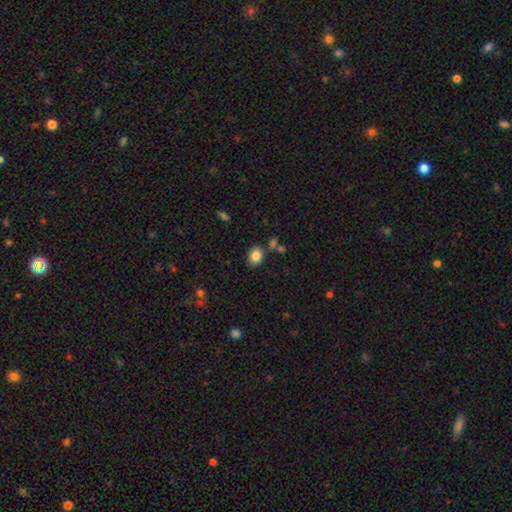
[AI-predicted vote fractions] smooth-or-featured: smooth: 85% | star or artifact: 9% | featured or disk: 6%
  how-rounded: in between: 58% | round: 41% | cigar-shaped: 1%
  merging: none: 77% | minor disturbance: 12% | merger: 7% | major disturbance: 3%